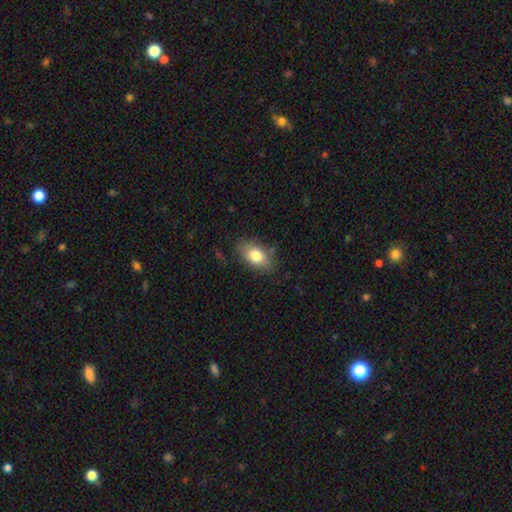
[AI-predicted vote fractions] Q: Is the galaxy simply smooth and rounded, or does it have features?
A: smooth — 78%.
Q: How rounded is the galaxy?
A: in between — 88%.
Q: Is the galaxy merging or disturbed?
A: none — 79%.